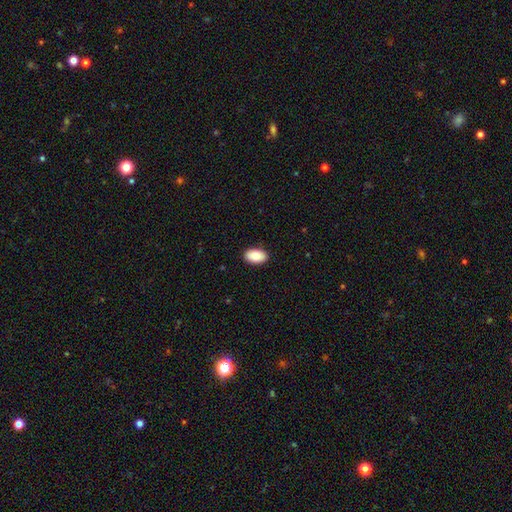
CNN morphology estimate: smooth 84%, featured or disk 10%, star or artifact 7%. Down the decision tree: how rounded — in between (93%); merging — none (90%).